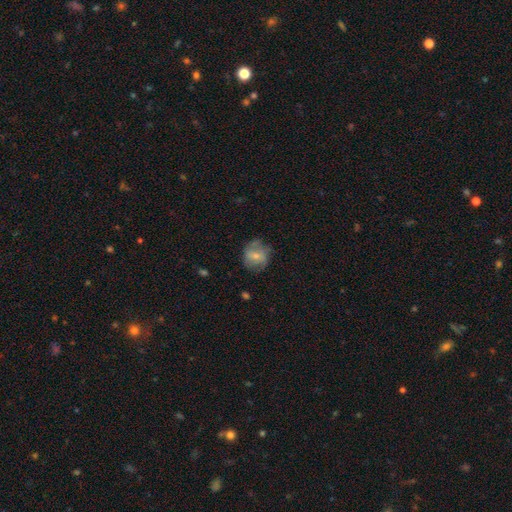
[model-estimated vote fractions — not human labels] Smooth or featured?
  - smooth: 54% *
  - featured or disk: 38%
  - star or artifact: 8%
How rounded?
  - round: 74% *
  - in between: 25%
  - cigar-shaped: 1%
Merging?
  - none: 64% *
  - minor disturbance: 24%
  - major disturbance: 10%
  - merger: 2%